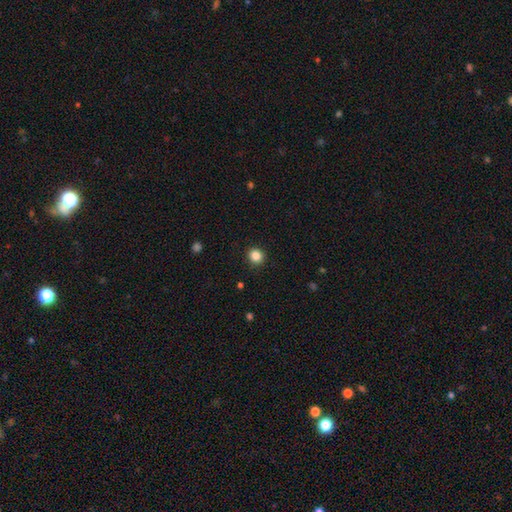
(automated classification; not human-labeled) Smooth or featured: smooth — 86% (star or artifact — 11%)
How rounded: round — 86% (in between — 13%)
Merging: none — 91% (minor disturbance — 6%)